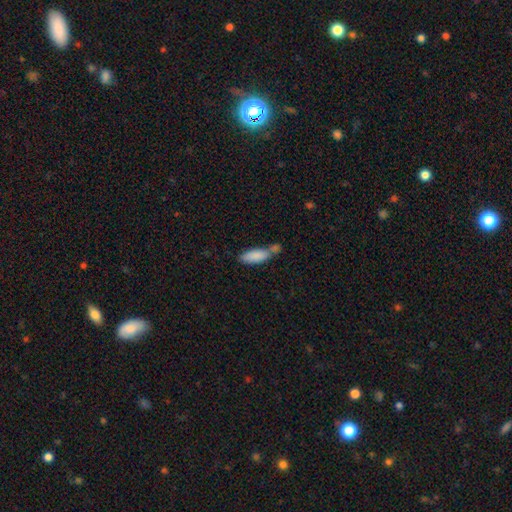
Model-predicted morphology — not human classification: This appears to be a smooth galaxy with no disk features (84%) that is in between round and cigar-shaped (67%). Merging: merger (42%).